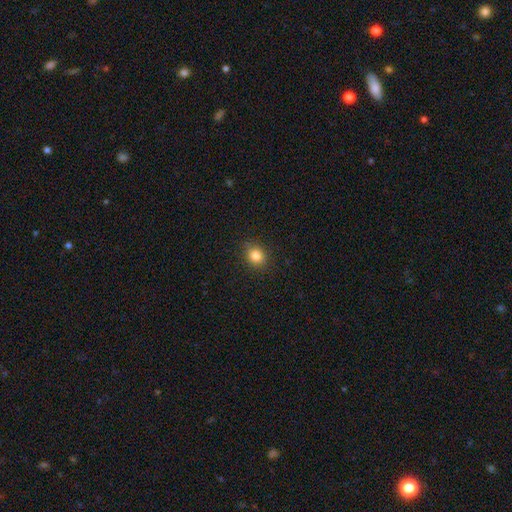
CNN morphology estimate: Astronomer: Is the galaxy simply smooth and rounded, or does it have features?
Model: smooth — 84%.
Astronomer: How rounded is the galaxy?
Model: round — 65%.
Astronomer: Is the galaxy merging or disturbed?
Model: none — 87%.